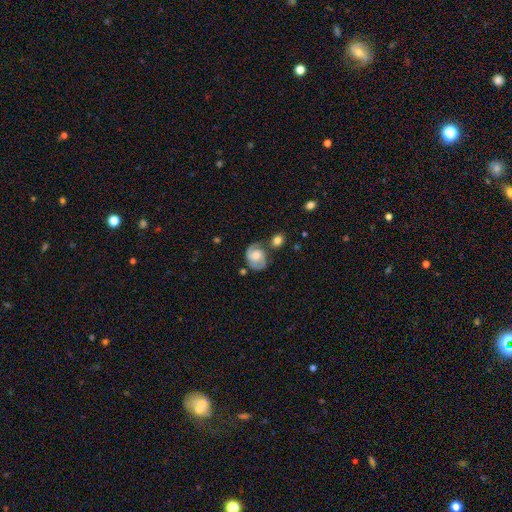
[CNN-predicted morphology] Q: Smooth or featured?
A: featured or disk (77%); runner-up: smooth (17%)
Q: Edge-on disk?
A: no (97%); runner-up: yes (3%)
Q: Bar?
A: no (63%); runner-up: weak (31%)
Q: Spiral arms?
A: yes (94%); runner-up: no (6%)
Q: Spiral winding?
A: medium (46%); runner-up: tight (42%)
Q: Spiral arm count?
A: 2 (83%); runner-up: can't tell (7%)
Q: Bulge size?
A: moderate (55%); runner-up: small (29%)
Q: Merging?
A: none (61%); runner-up: minor disturbance (19%)